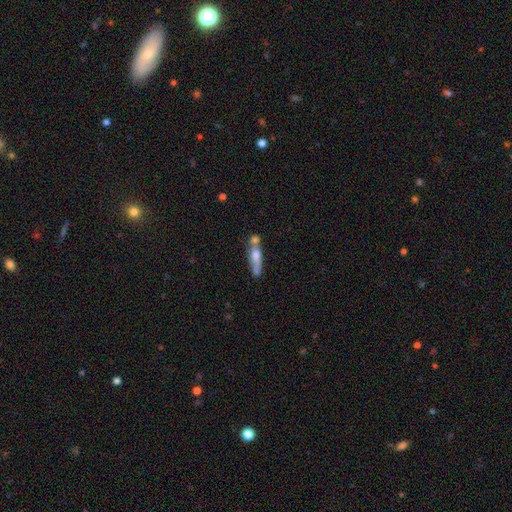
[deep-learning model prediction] Smooth or featured? Predicted: smooth (p=0.51). How rounded? Predicted: cigar-shaped (p=0.73). Merging? Predicted: none (p=0.44).